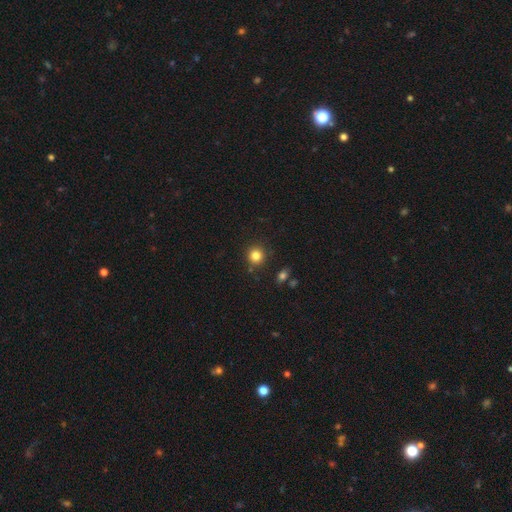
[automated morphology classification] smooth_or_featured: smooth (p=0.82) [alt: star or artifact p=0.12]
how_rounded: round (p=0.91) [alt: in between p=0.08]
merging: none (p=0.86) [alt: minor disturbance p=0.08]